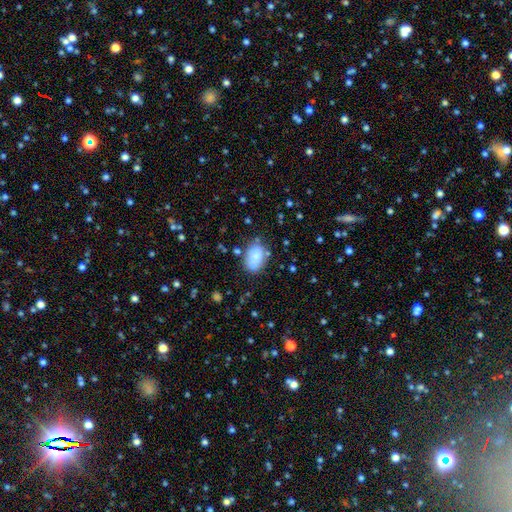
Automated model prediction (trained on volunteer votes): A smooth galaxy with no disk features (81%) that is in between round and cigar-shaped (88%). Merging: none (71%).